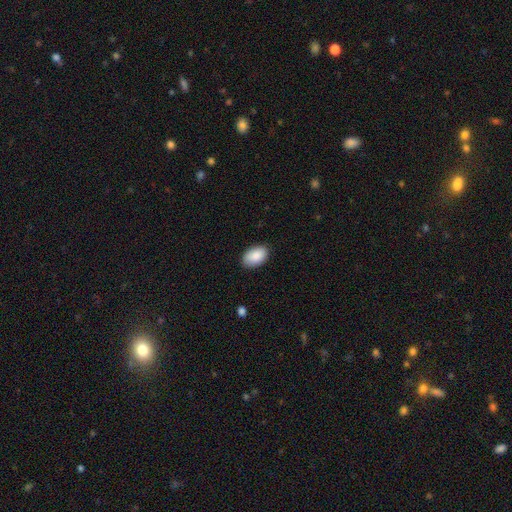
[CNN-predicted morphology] This is clearly a smooth galaxy (89%). How rounded: clearly in between (93%). Merging: clearly none (86%).